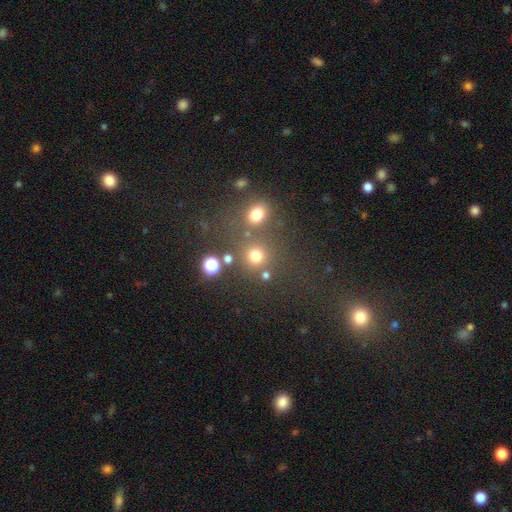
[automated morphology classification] Smooth or featured: smooth — 75% (star or artifact — 19%)
How rounded: round — 89% (in between — 10%)
Merging: none — 68% (merger — 18%)